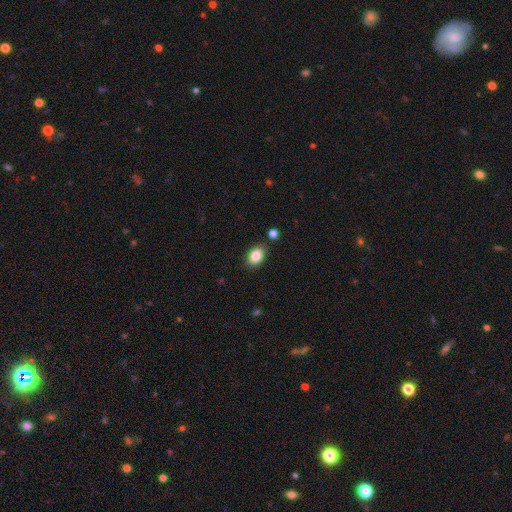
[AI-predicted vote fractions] Q: Smooth or featured?
A: smooth (87%); runner-up: star or artifact (8%)
Q: How rounded?
A: in between (81%); runner-up: round (18%)
Q: Merging?
A: none (83%); runner-up: minor disturbance (11%)